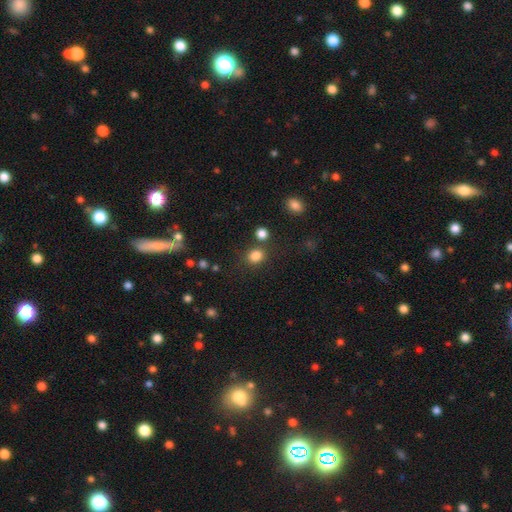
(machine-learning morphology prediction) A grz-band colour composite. It shows a smooth galaxy with no disk features (83%) that is round (65%). Merging: none (75%).